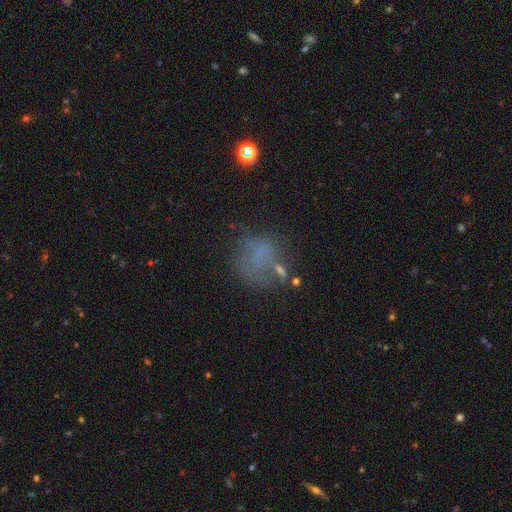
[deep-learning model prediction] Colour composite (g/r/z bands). It shows a smooth galaxy with no disk features (50%) that is round (67%). Merging: none (51%).